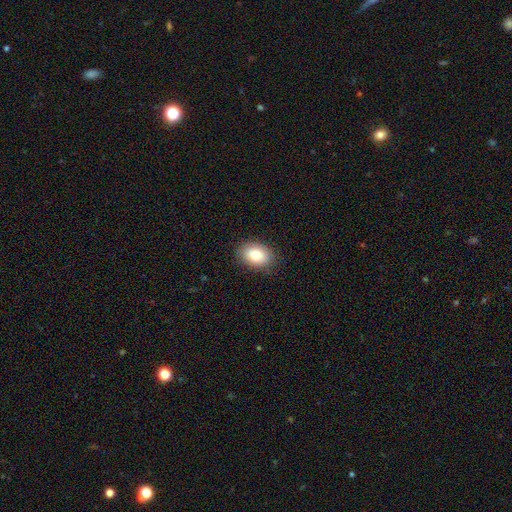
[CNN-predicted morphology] Q: Smooth or featured?
A: smooth (82%); runner-up: featured or disk (9%)
Q: How rounded?
A: in between (81%); runner-up: round (18%)
Q: Merging?
A: none (87%); runner-up: minor disturbance (9%)